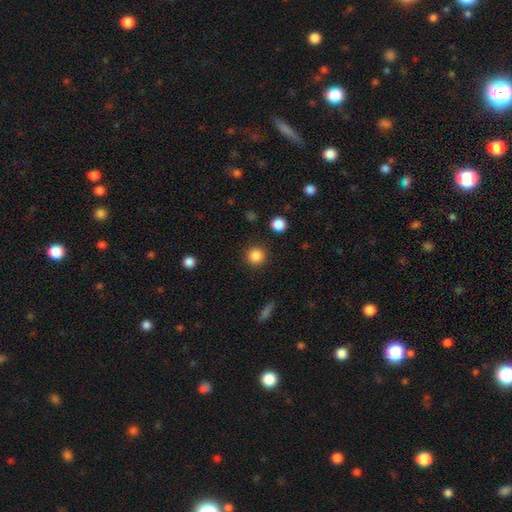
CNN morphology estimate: smooth 86%, star or artifact 10%, featured or disk 3%. Down the decision tree: how rounded — round (94%); merging — none (90%).